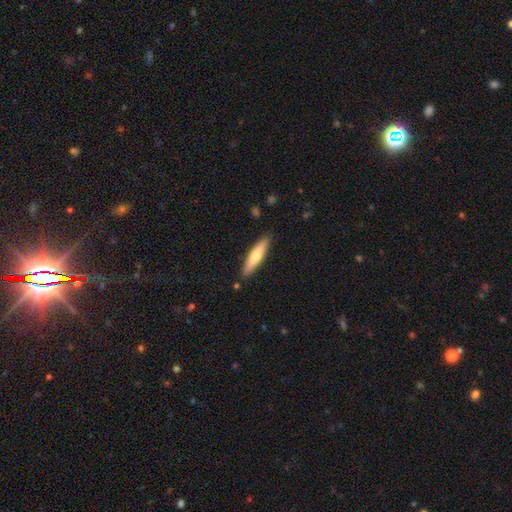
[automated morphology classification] type=smooth (60%); roundness=cigar-shaped (79%); merging=none (87%).